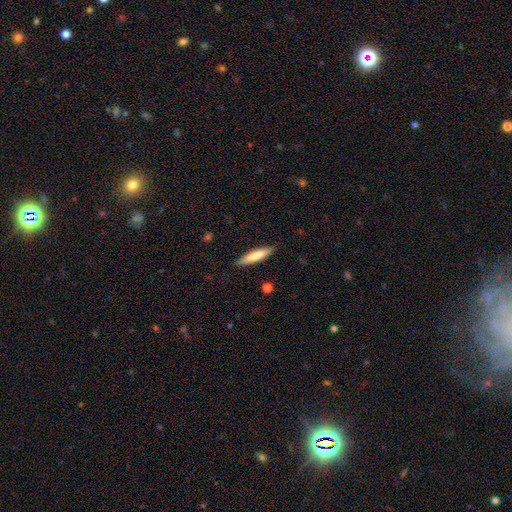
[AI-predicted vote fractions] smooth_or_featured: smooth (p=0.79) [alt: featured or disk p=0.15]
how_rounded: cigar-shaped (p=0.82) [alt: in between p=0.17]
merging: none (p=0.87) [alt: minor disturbance p=0.10]